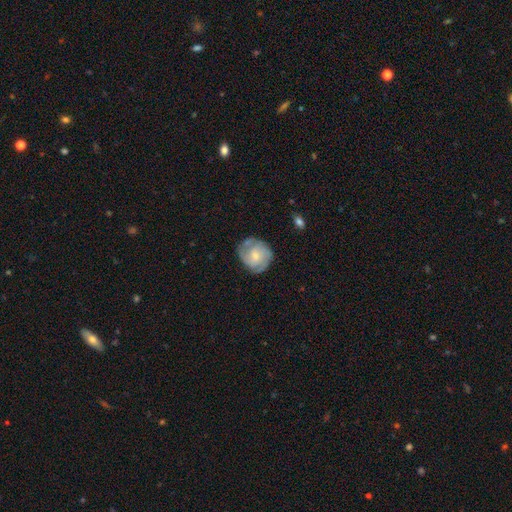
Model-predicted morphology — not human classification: This is likely a featured or disk galaxy (63%). It is clearly not viewed edge-on (98%). Bar: likely no (67%). Spiral arm pattern: clearly yes (87%). Spiral arm count: marginally 2 (38%). Spiral winding: possibly tight (50%). Central bulge: possibly small (54%). Merging: likely none (69%).